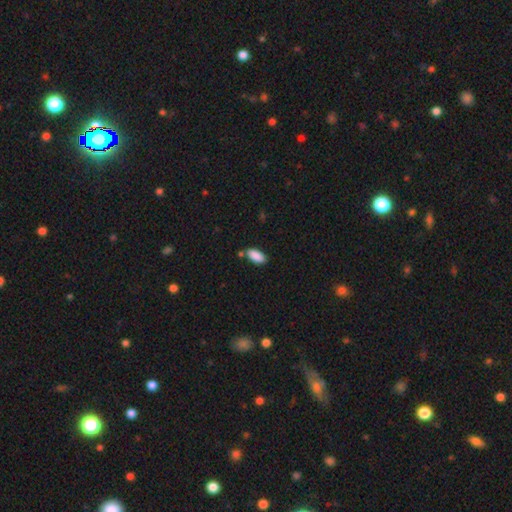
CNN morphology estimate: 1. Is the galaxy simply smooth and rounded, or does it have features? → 89% smooth, 7% star or artifact, 4% featured or disk.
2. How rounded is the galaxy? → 90% in between, 8% cigar-shaped, 2% round.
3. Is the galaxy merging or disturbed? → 77% none, 13% minor disturbance, 7% merger, 3% major disturbance.